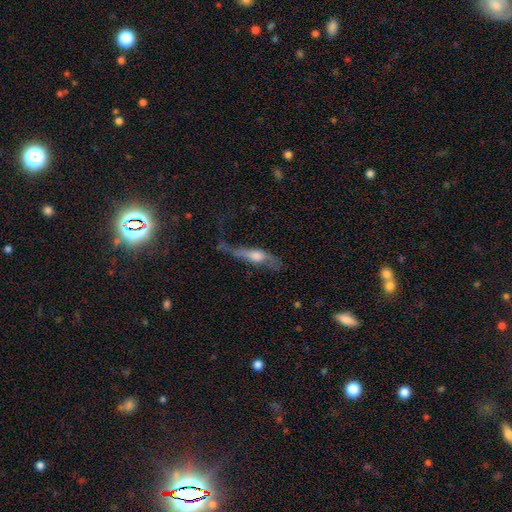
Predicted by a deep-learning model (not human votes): Q: Smooth or featured?
A: featured or disk (52%); runner-up: smooth (40%)
Q: Edge-on disk?
A: yes (62%); runner-up: no (38%)
Q: Merging?
A: major disturbance (37%); runner-up: none (33%)